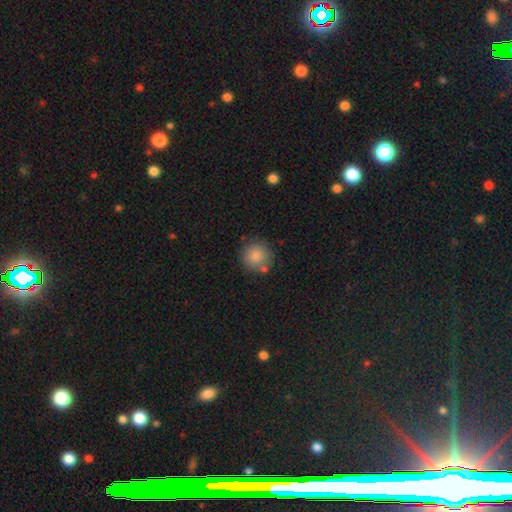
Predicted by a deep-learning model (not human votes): Morphology: type=smooth (83%); roundness=round (94%); merging=none (79%).